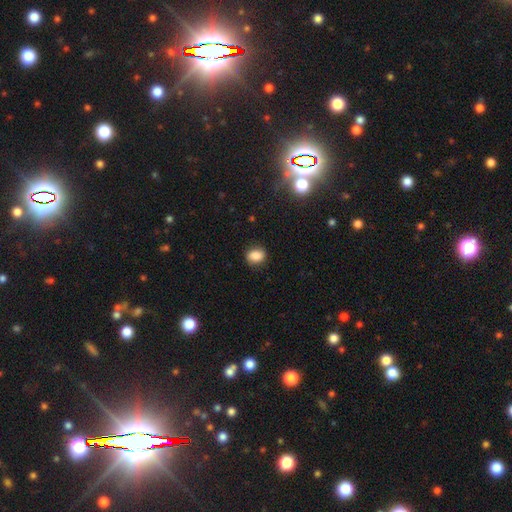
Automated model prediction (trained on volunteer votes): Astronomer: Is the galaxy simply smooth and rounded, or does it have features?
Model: smooth — 83%.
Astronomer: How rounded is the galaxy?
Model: round — 50% (runner-up: in between, 49%).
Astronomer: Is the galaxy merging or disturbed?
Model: none — 86%.